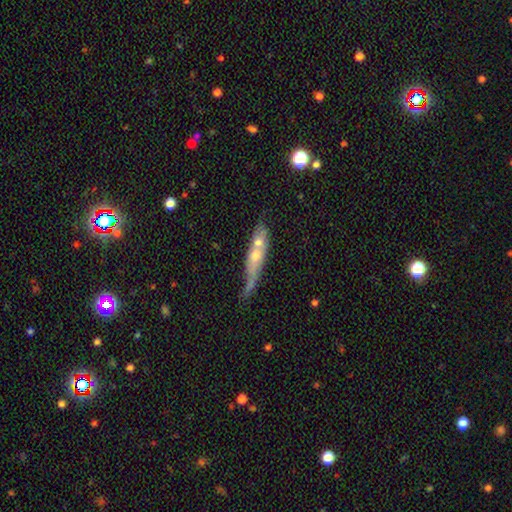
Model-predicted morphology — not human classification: This appears to be a featured or disk galaxy (48%). Merging: merger (34%).